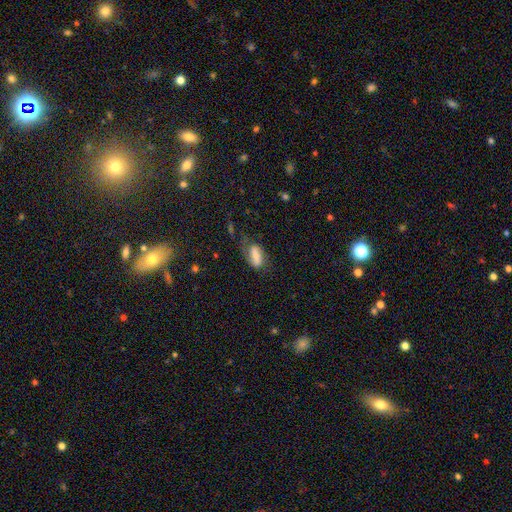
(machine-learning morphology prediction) smooth 62%, featured or disk 29%, star or artifact 9%. Down the decision tree: how rounded — in between (85%); merging — none (49%).